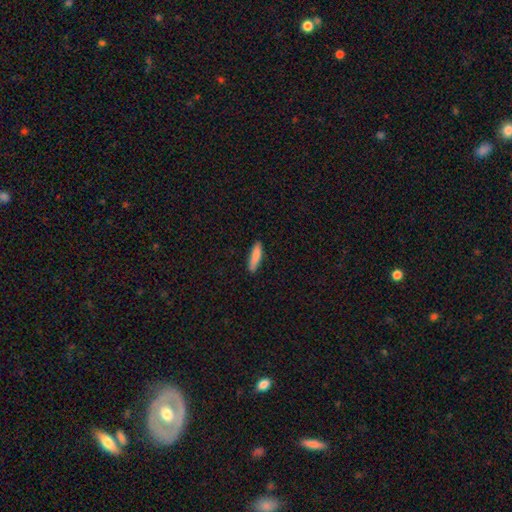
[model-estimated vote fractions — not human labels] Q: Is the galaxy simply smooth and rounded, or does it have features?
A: smooth — 86%.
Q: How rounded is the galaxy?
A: cigar-shaped — 77%.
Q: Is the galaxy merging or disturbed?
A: none — 87%.